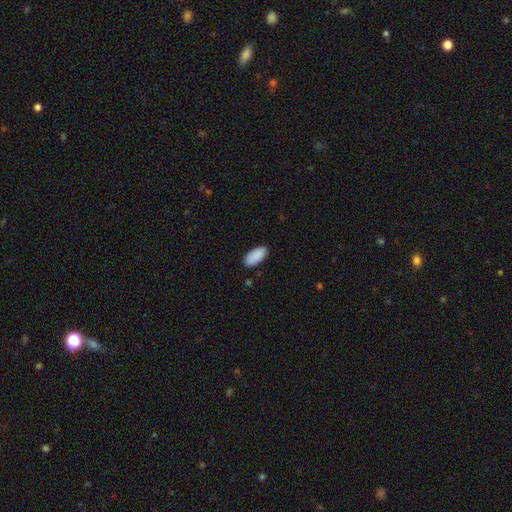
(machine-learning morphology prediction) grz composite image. It shows a smooth galaxy with no disk features (90%) that is in between round and cigar-shaped (93%). Merging: none (86%).